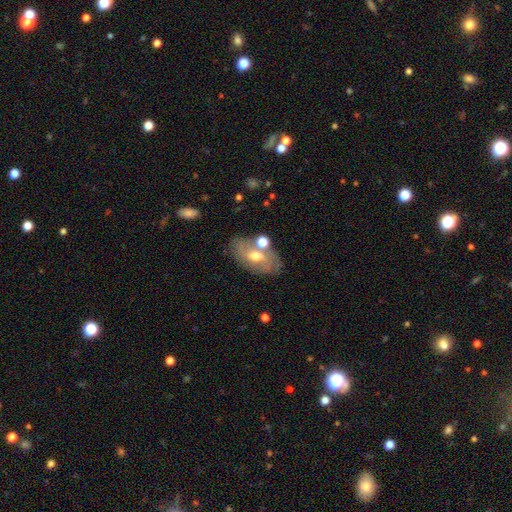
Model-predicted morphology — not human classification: A featured or disk galaxy (49%). Merging: none (67%).